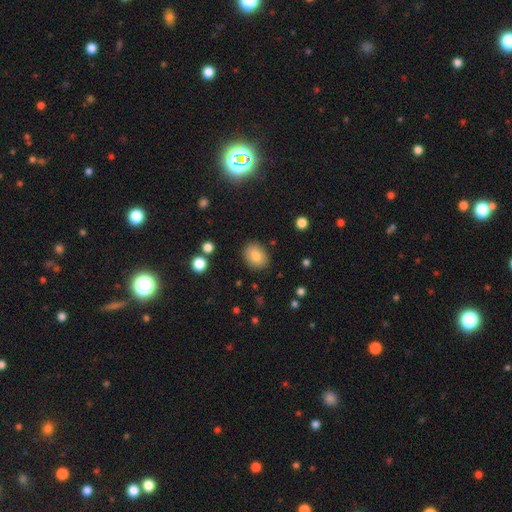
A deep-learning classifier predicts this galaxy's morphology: Overall: smooth (81%). How rounded: in between (59%; round 40%). Merging: none (87%).